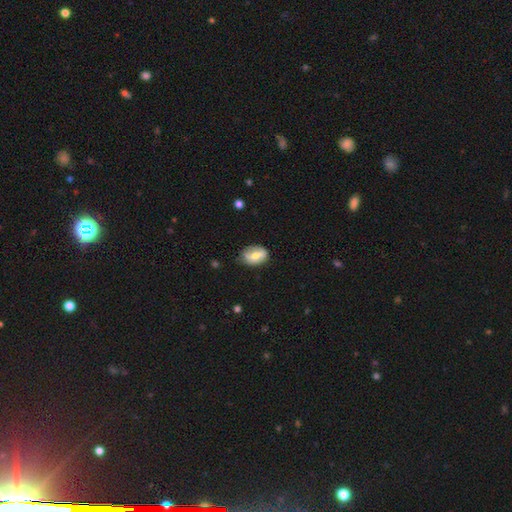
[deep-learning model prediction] smooth-or-featured: smooth: 50% | featured or disk: 43% | star or artifact: 7%
  how-rounded: in between: 82% | round: 16% | cigar-shaped: 2%
  merging: none: 67% | minor disturbance: 26% | major disturbance: 6% | merger: 2%